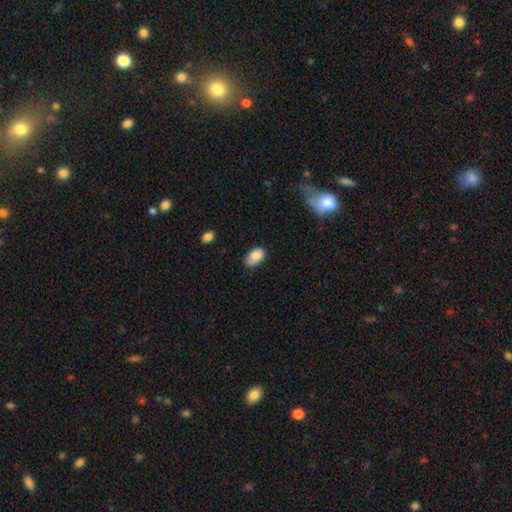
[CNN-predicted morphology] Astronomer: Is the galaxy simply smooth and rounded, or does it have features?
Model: smooth — 86%.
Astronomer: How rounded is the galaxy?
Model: in between — 91%.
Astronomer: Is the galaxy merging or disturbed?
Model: none — 62%.